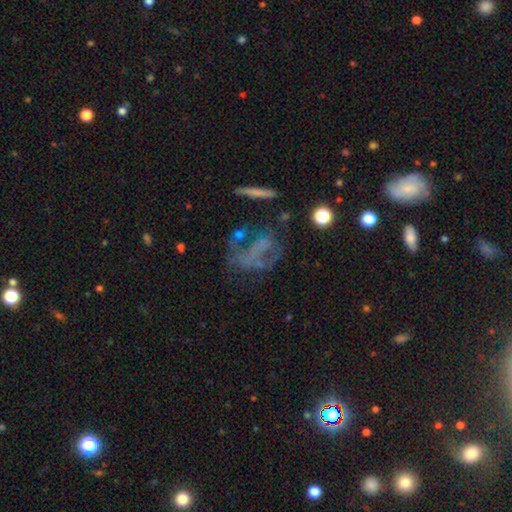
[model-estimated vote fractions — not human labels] Q: Smooth or featured?
A: featured or disk (48%); runner-up: star or artifact (30%)
Q: Merging?
A: none (45%); runner-up: major disturbance (26%)